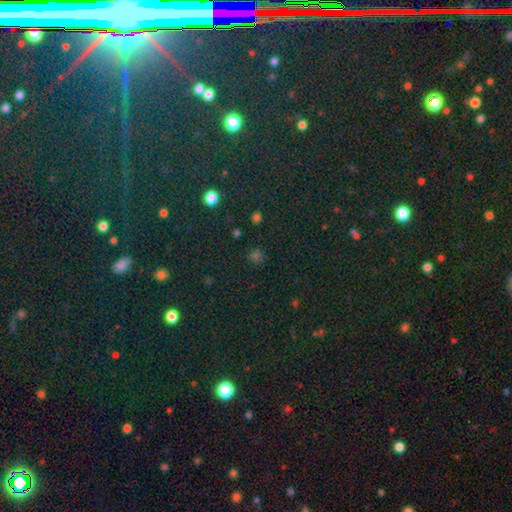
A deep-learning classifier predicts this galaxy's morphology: Q: Smooth or featured?
A: smooth (53%); runner-up: star or artifact (41%)
Q: How rounded?
A: round (87%); runner-up: in between (12%)
Q: Merging?
A: none (85%); runner-up: minor disturbance (9%)